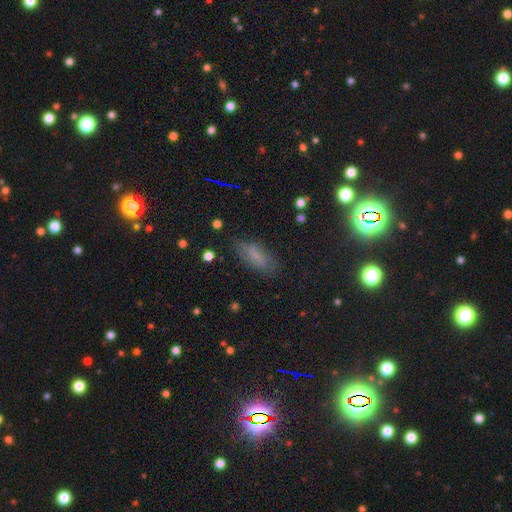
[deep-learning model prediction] The model was most divided on "smooth or featured": smooth: 59%, featured or disk: 21%, star or artifact: 20%. More confident: merging — none (73%); how rounded — in between (69%).